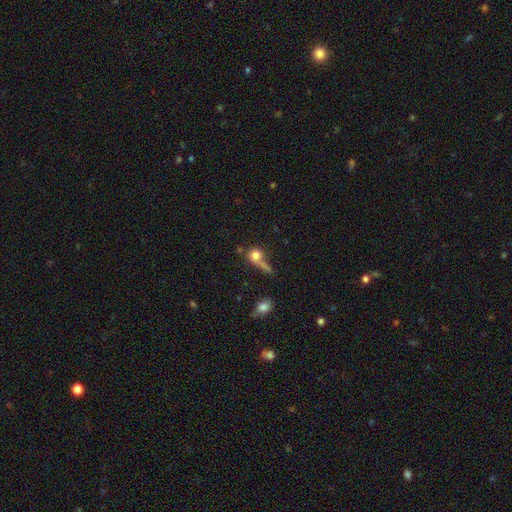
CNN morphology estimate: Smooth or featured?
  - smooth: 73% *
  - featured or disk: 16%
  - star or artifact: 11%
How rounded?
  - round: 69% *
  - in between: 24%
  - cigar-shaped: 7%
Merging?
  - none: 34% *
  - merger: 30%
  - major disturbance: 21%
  - minor disturbance: 15%